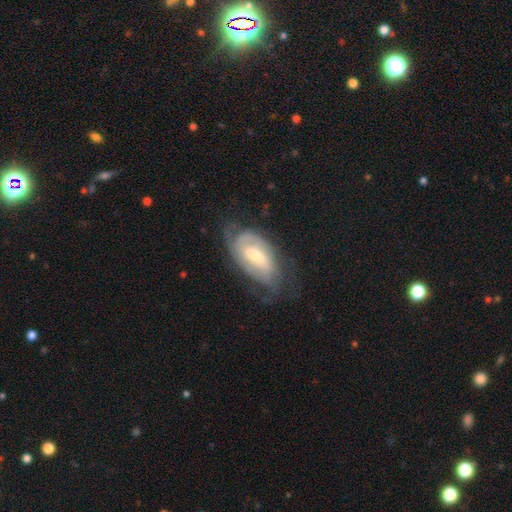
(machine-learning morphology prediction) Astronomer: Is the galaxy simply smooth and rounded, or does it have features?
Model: featured or disk — 74%.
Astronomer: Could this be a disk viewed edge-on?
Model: no — 94%.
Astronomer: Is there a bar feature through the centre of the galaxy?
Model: weak — 49% (runner-up: no, 28%).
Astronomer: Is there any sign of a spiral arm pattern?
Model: yes — 88%.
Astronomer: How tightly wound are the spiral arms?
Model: tight — 48% (runner-up: medium, 37%).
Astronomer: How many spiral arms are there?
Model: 2 — 46% (runner-up: can't tell, 32%).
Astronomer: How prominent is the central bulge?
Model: moderate — 52% (runner-up: small, 36%).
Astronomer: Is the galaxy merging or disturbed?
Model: none — 59%.